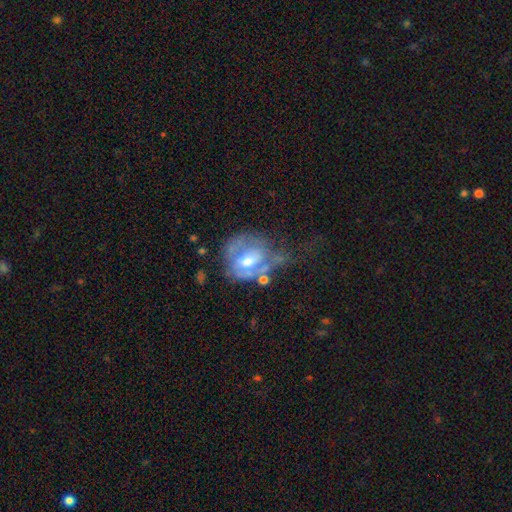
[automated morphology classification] A featured or disk galaxy (66%) with no bar (43%), spiral arms (56%) and a moderate central bulge (62%). Merging: major disturbance (32%, tied with none).